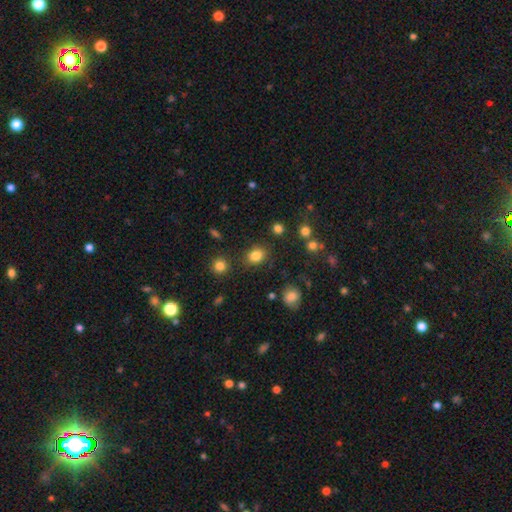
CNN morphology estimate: This appears to be a smooth galaxy with no disk features (83%) that is round (53%). Merging: none (83%).